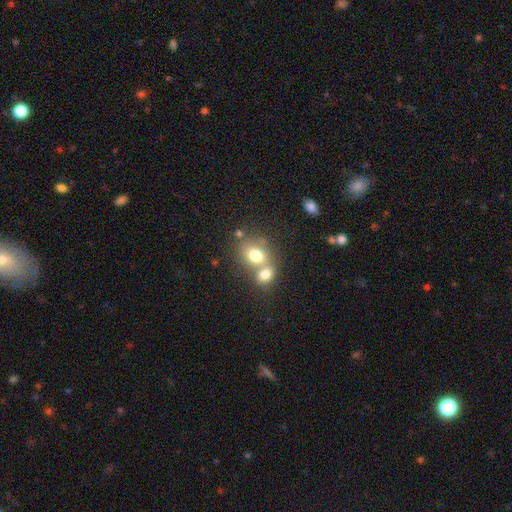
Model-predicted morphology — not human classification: Smooth or featured? smooth (73%)
How rounded? round (50%)
Merging? merger (55%)